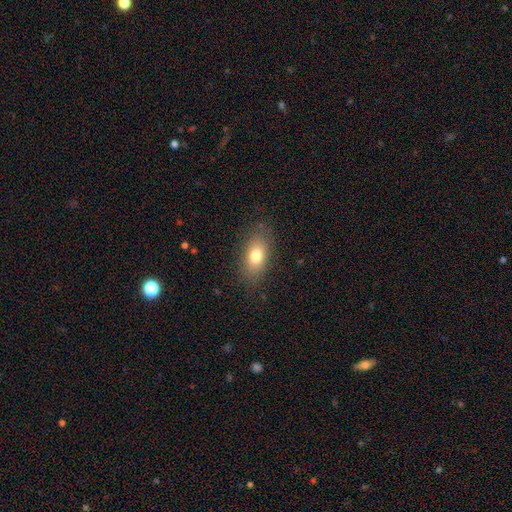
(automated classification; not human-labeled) smooth_or_featured: smooth (p=0.77) [alt: featured or disk p=0.14]
how_rounded: in between (p=0.85) [alt: round p=0.08]
merging: none (p=0.82) [alt: minor disturbance p=0.13]